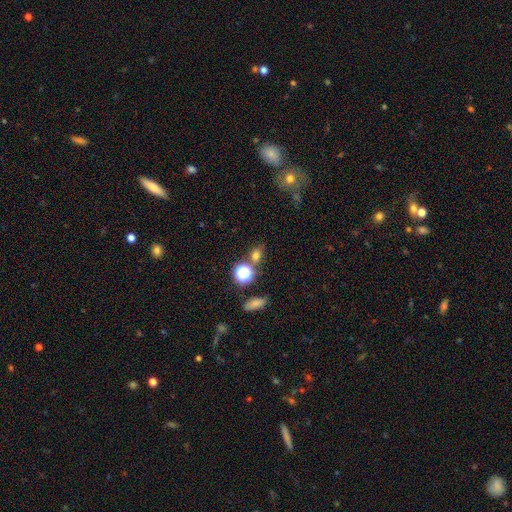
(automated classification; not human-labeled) smooth_or_featured: smooth (p=0.65) [alt: star or artifact p=0.25]
how_rounded: round (p=0.50) [alt: in between p=0.47]
merging: none (p=0.69) [alt: merger p=0.14]